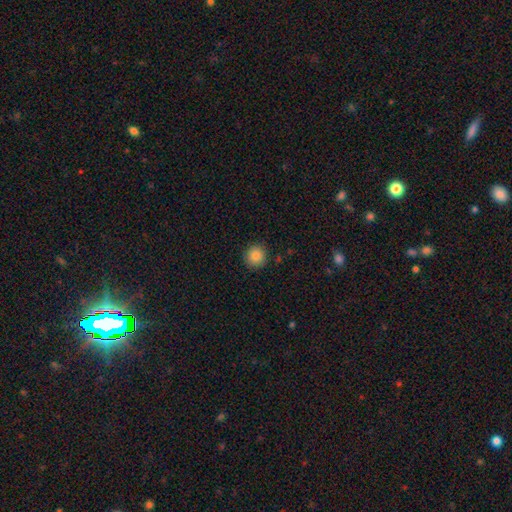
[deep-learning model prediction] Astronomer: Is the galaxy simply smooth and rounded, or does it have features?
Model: smooth — 86%.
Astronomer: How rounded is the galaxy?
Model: round — 93%.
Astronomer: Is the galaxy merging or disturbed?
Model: none — 90%.